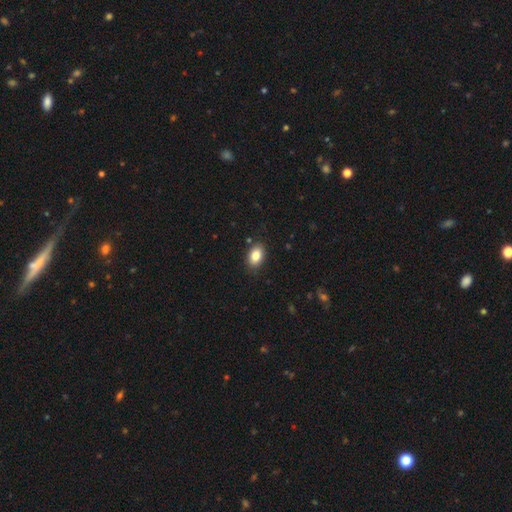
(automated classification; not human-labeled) Smooth or featured? Predicted: smooth (p=0.85). How rounded? Predicted: in between (p=0.87). Merging? Predicted: none (p=0.86).